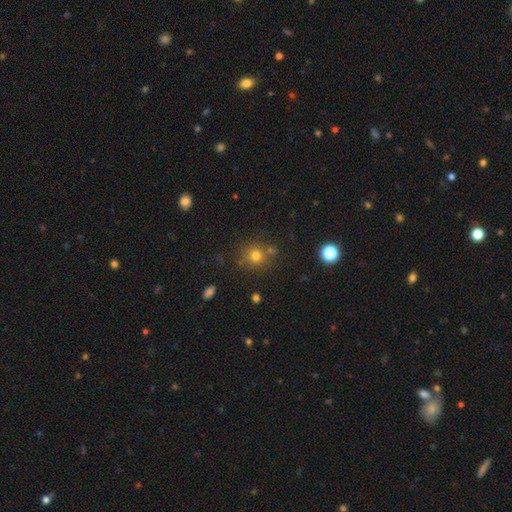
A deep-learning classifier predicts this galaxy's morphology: Q: Smooth or featured?
A: smooth (74%); runner-up: star or artifact (17%)
Q: How rounded?
A: round (88%); runner-up: in between (11%)
Q: Merging?
A: none (76%); runner-up: minor disturbance (11%)